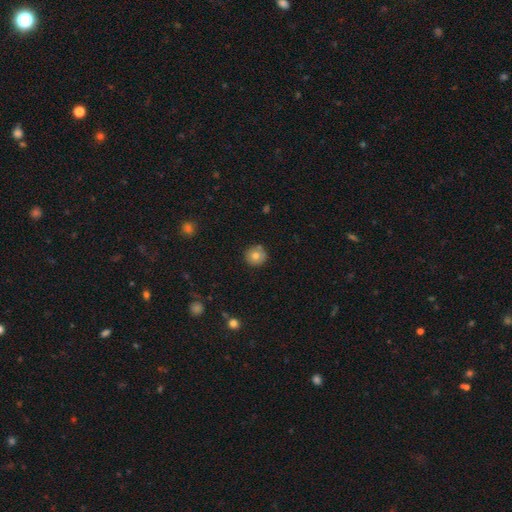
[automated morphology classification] smooth-or-featured: smooth: 77% | featured or disk: 13% | star or artifact: 10%
  how-rounded: round: 94% | in between: 6% | cigar-shaped: 1%
  merging: none: 84% | minor disturbance: 10% | merger: 4% | major disturbance: 2%